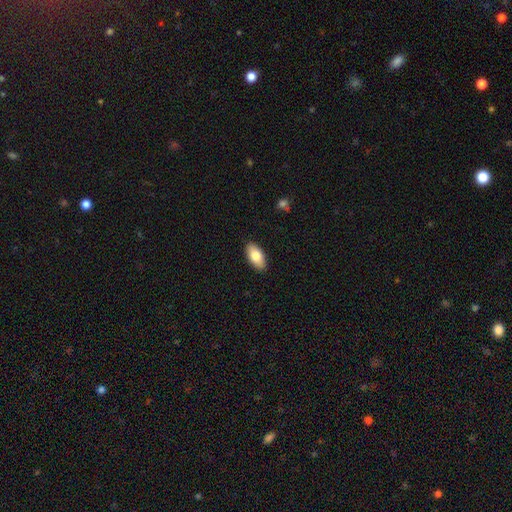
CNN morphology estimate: smooth_or_featured: smooth (p=0.80) [alt: featured or disk p=0.14]
how_rounded: in between (p=0.92) [alt: cigar-shaped p=0.05]
merging: none (p=0.89) [alt: minor disturbance p=0.08]